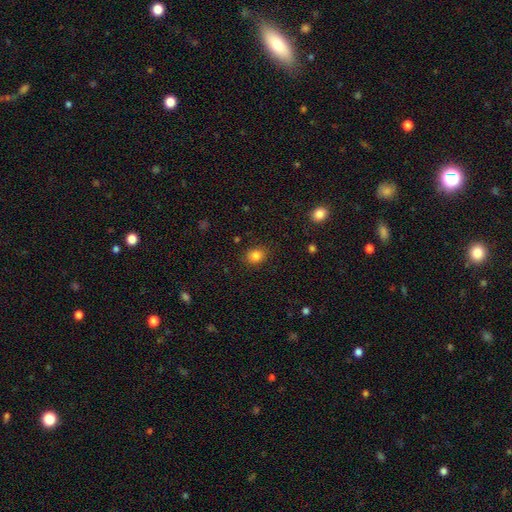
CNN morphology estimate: This is clearly a smooth galaxy (84%). How rounded: possibly round (55%). Merging: clearly none (85%).